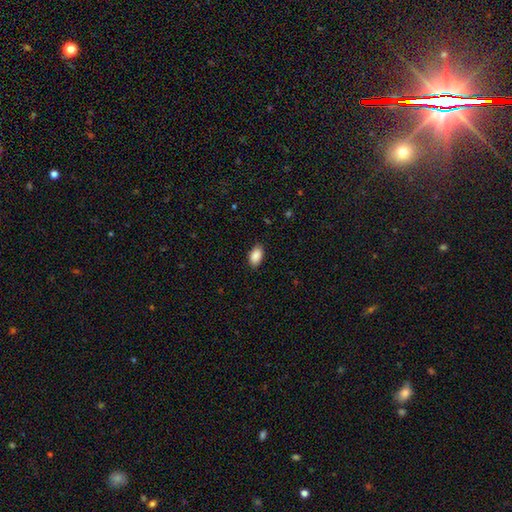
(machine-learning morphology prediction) Overall: smooth (90%). How rounded: in between (93%). Merging: none (85%).